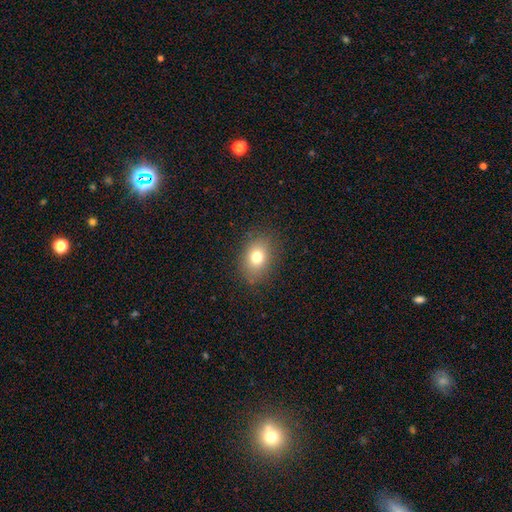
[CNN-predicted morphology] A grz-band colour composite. It shows a smooth galaxy with no disk features (65%) that is in between round and cigar-shaped (65%). Merging: none (89%).